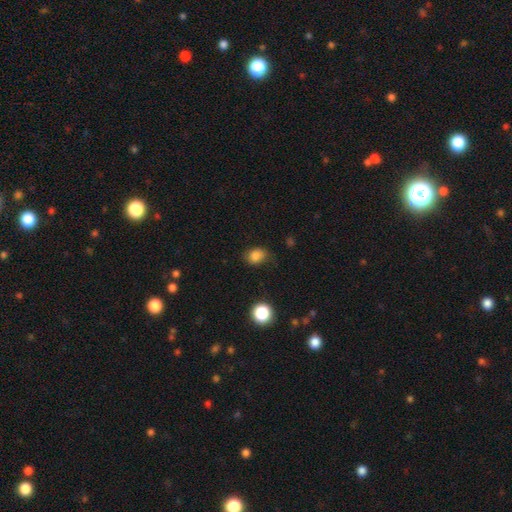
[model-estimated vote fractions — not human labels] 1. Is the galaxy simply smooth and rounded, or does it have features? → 83% smooth, 12% star or artifact, 5% featured or disk.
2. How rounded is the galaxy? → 51% in between, 48% round, 1% cigar-shaped.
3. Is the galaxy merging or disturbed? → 69% none, 23% minor disturbance, 6% major disturbance, 2% merger.